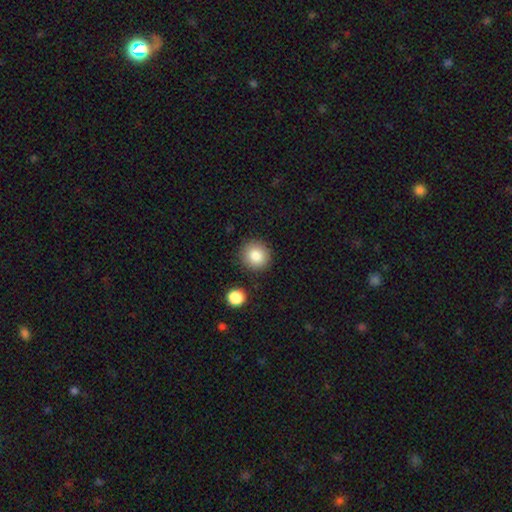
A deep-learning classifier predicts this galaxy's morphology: Q: Smooth or featured?
A: smooth (84%); runner-up: star or artifact (9%)
Q: How rounded?
A: round (93%); runner-up: in between (6%)
Q: Merging?
A: none (87%); runner-up: minor disturbance (7%)